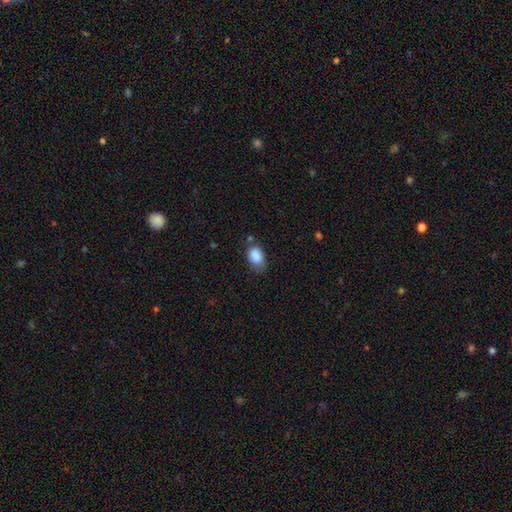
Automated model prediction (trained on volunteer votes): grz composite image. It shows a smooth galaxy with no disk features (87%) that is in between round and cigar-shaped (88%). Merging: none (60%).